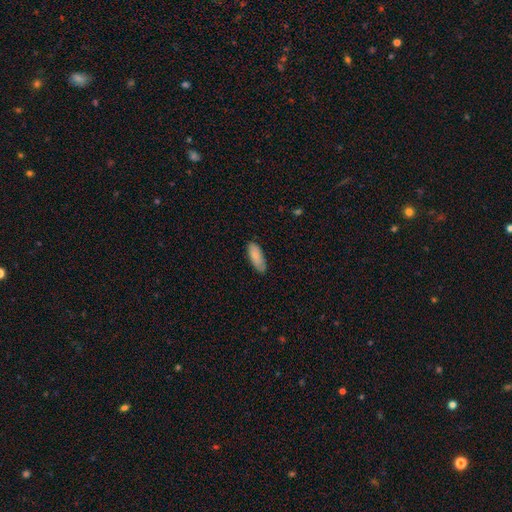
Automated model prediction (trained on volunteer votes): The model was most divided on "how rounded": in between: 75%, cigar-shaped: 24%, round: 2%. More confident: smooth or featured — smooth (84%); merging — none (78%).